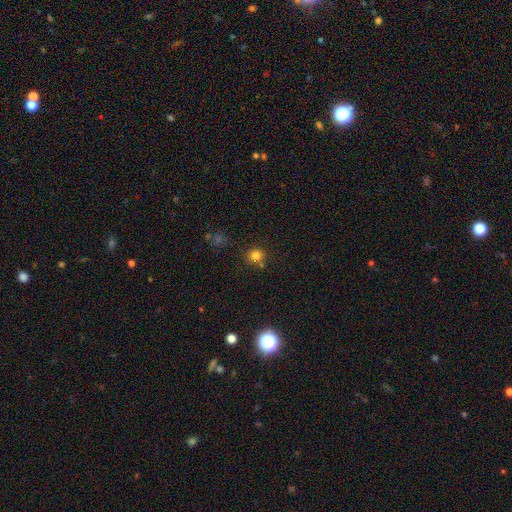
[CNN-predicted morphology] The model was most divided on "merging": none: 74%, merger: 12%, minor disturbance: 11%, major disturbance: 3%. More confident: how rounded — round (88%); smooth or featured — smooth (78%).